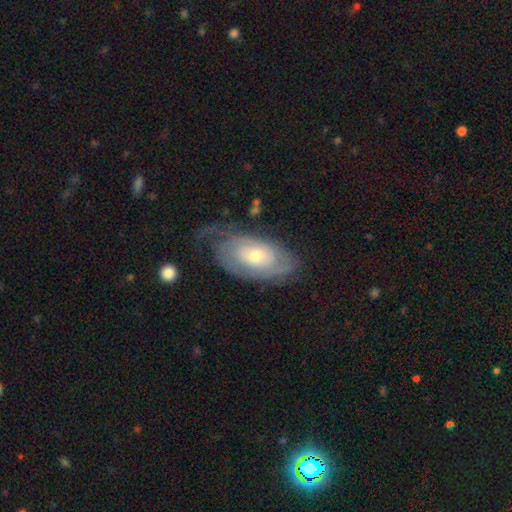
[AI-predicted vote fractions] Smooth or featured? Predicted: featured or disk (p=0.75). Edge-on disk? Predicted: no (p=0.93). Bar? Predicted: no (p=0.70). Spiral arms? Predicted: yes (p=0.87). Spiral winding? Predicted: tight (p=0.64). Spiral arm count? Predicted: can't tell (p=0.41). Bulge size? Predicted: moderate (p=0.53). Merging? Predicted: none (p=0.57).